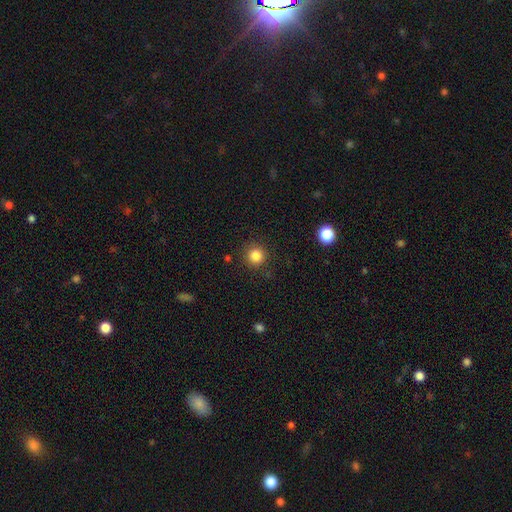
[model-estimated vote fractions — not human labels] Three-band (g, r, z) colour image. It shows a smooth galaxy with no disk features (84%) that is round (93%). Merging: none (89%).